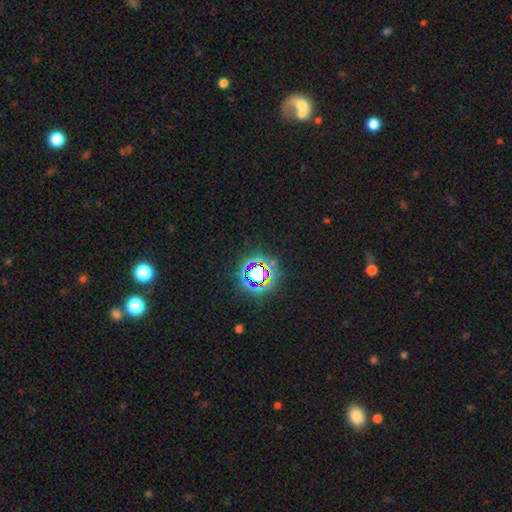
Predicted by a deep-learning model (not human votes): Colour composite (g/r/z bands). It shows a star or artifact, not a galaxy (74%).